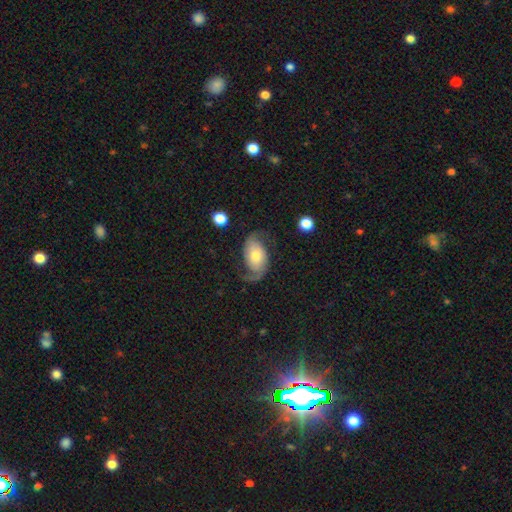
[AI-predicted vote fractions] Smooth or featured? featured or disk (78%)
Edge-on disk? no (96%)
Bar? no (69%)
Spiral arms? yes (94%)
Spiral winding? loose (55%)
Spiral arm count? 2 (88%)
Bulge size? moderate (54%)
Merging? none (64%)